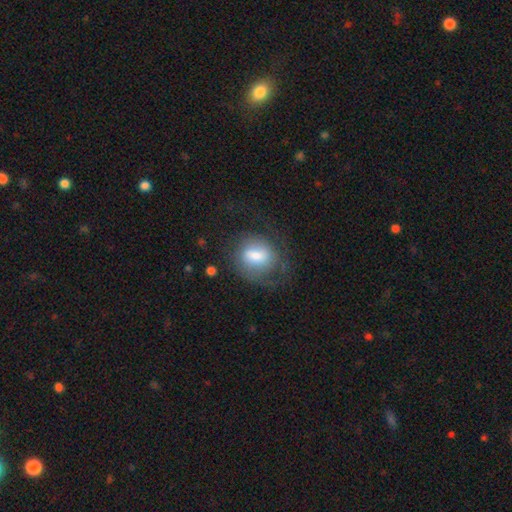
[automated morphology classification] smooth 53%, featured or disk 38%, star or artifact 9%. Down the decision tree: how rounded — round (54%); merging — none (53%).